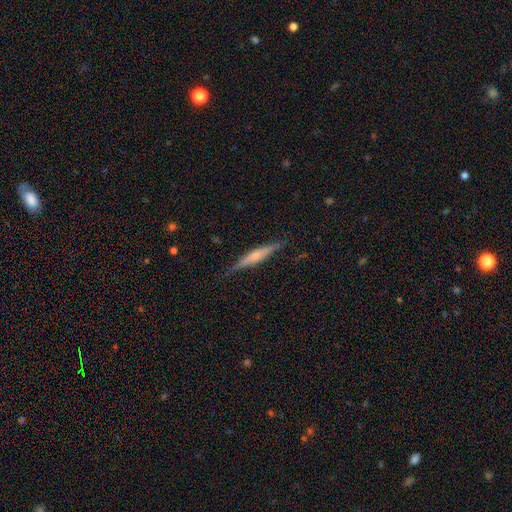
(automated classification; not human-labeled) featured or disk 60%, smooth 33%, star or artifact 6%. Down the decision tree: edge-on disk — yes (97%); edge-on bulge — rounded (61%); merging — none (86%).